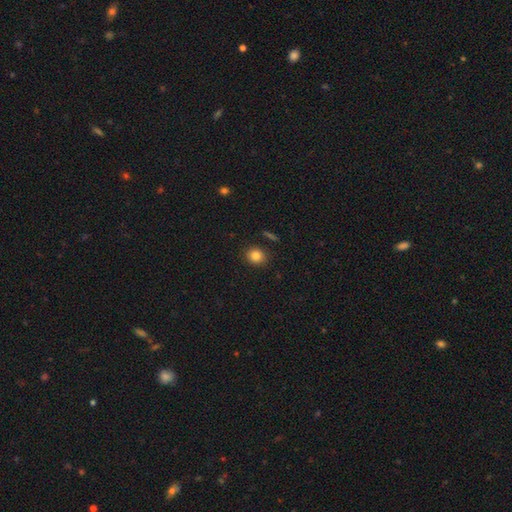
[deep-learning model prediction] The model was most divided on "how rounded": round: 75%, in between: 24%, cigar-shaped: 1%. More confident: merging — none (88%); smooth or featured — smooth (83%).